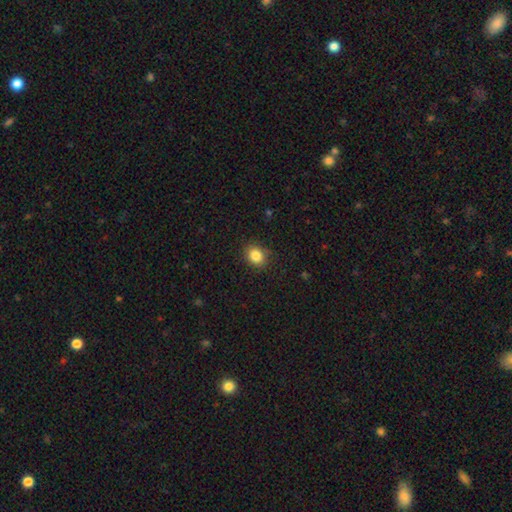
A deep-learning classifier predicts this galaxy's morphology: This appears to be a smooth galaxy with no disk features (85%) that is round (59%). Merging: none (85%).